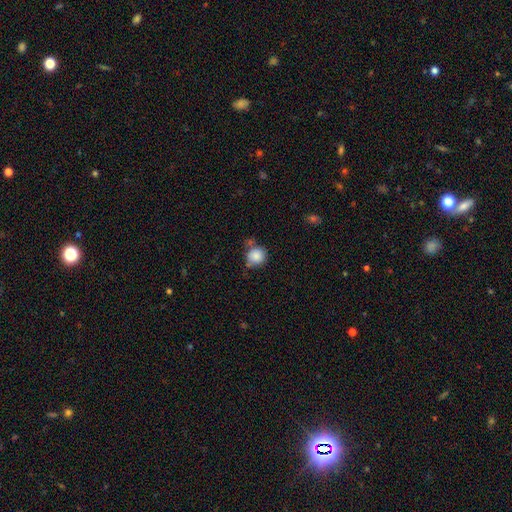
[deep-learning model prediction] Smooth or featured? smooth (86%)
How rounded? round (86%)
Merging? none (61%)